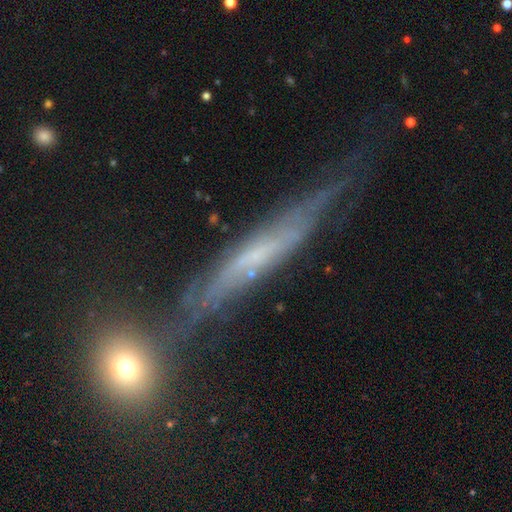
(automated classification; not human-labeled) The model was most divided on "merging": none: 60%, minor disturbance: 24%, major disturbance: 10%, merger: 6%. More confident: edge-on disk — yes (77%); smooth or featured — featured or disk (69%); edge-on bulge — none (65%).